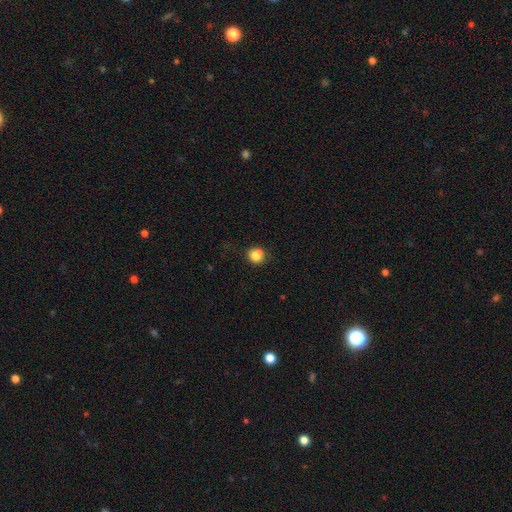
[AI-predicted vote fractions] Smooth or featured? smooth (84%)
How rounded? round (83%)
Merging? none (74%)